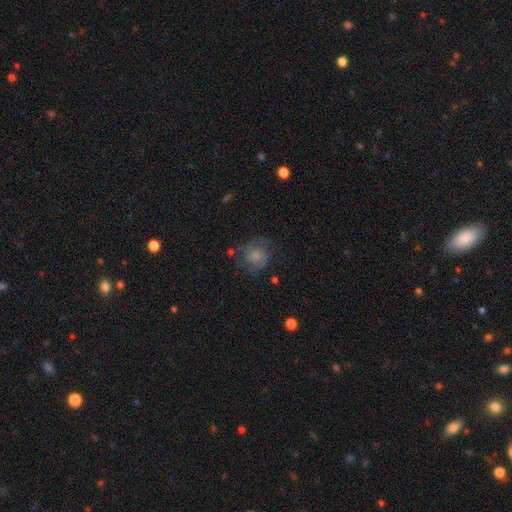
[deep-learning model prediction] This appears to be a featured or disk galaxy (57%) with no bar (72%), spiral arms (83%) and a moderate central bulge (33%). Merging: none (61%).